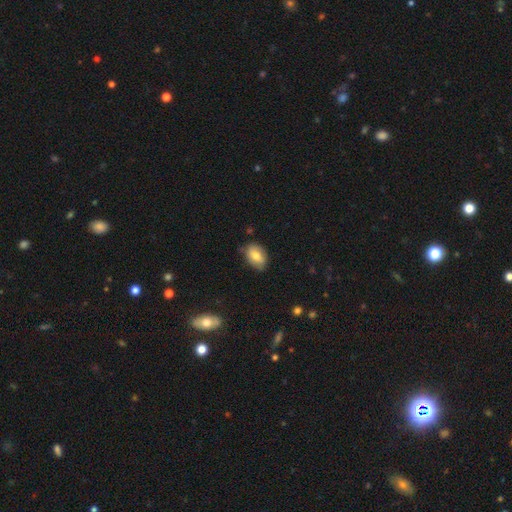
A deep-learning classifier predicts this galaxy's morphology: Q: Smooth or featured?
A: smooth (73%); runner-up: featured or disk (19%)
Q: How rounded?
A: in between (84%); runner-up: round (14%)
Q: Merging?
A: none (71%); runner-up: minor disturbance (24%)